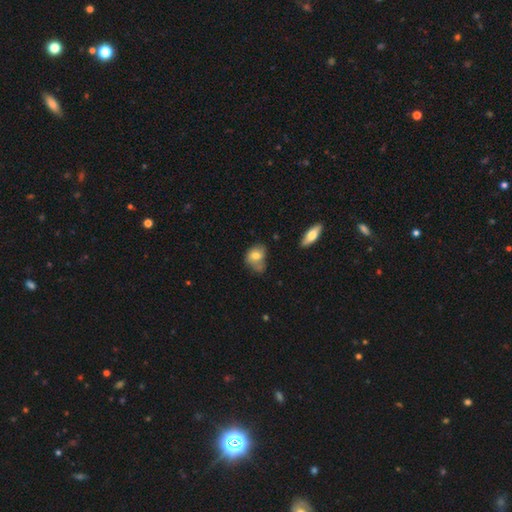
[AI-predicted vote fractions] smooth-or-featured: smooth: 71% | featured or disk: 20% | star or artifact: 9%
  how-rounded: in between: 61% | round: 37% | cigar-shaped: 2%
  merging: none: 38% | minor disturbance: 32% | merger: 18% | major disturbance: 12%